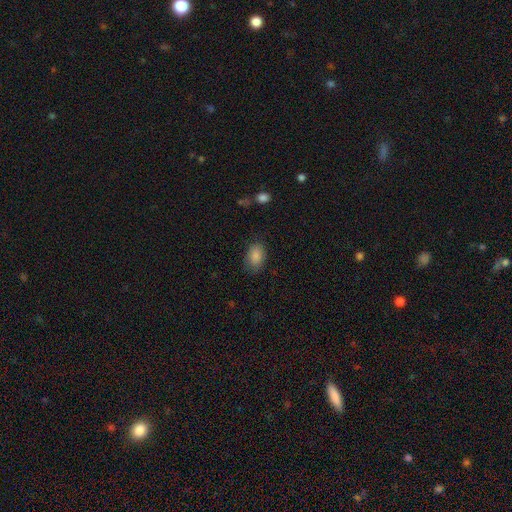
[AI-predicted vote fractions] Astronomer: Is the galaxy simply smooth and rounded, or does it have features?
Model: smooth — 86%.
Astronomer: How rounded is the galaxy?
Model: in between — 86%.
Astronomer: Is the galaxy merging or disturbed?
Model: none — 77%.